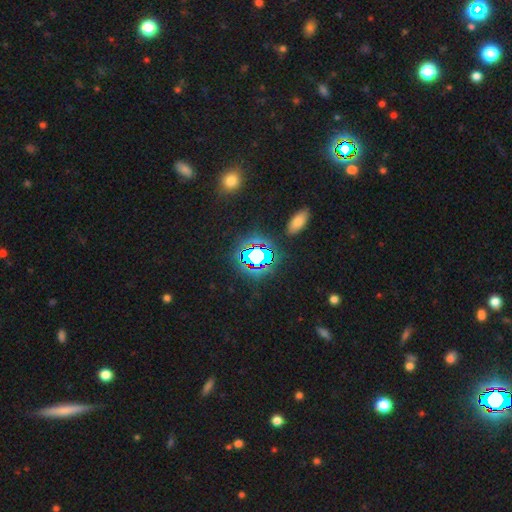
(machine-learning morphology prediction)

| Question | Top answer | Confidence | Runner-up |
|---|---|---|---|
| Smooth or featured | star or artifact | 69% | smooth (20%) |